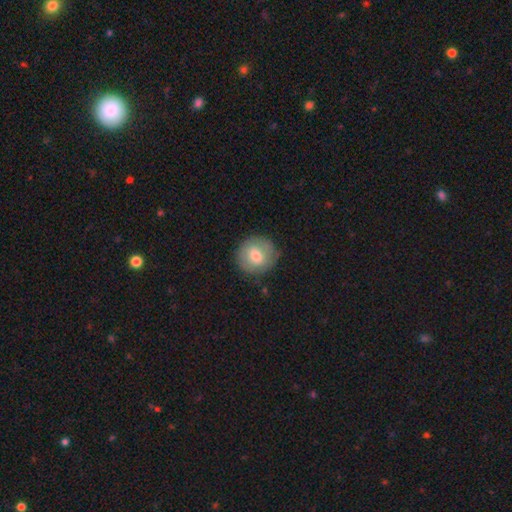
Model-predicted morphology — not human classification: This appears to be a smooth galaxy with no disk features (67%) that is round (89%). Merging: none (80%).